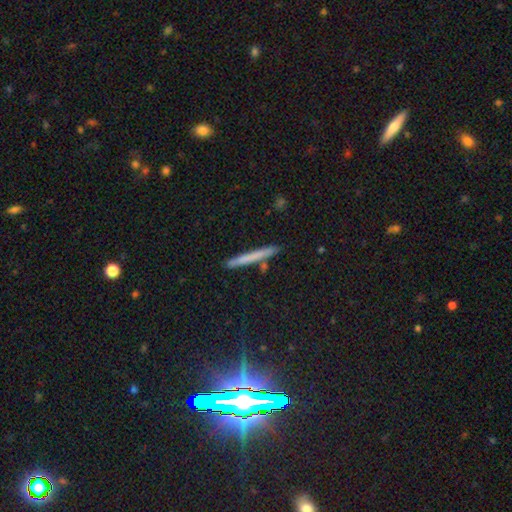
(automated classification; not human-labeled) Smooth or featured: smooth — 63% (featured or disk — 28%)
How rounded: cigar-shaped — 97% (in between — 2%)
Merging: none — 88% (minor disturbance — 8%)